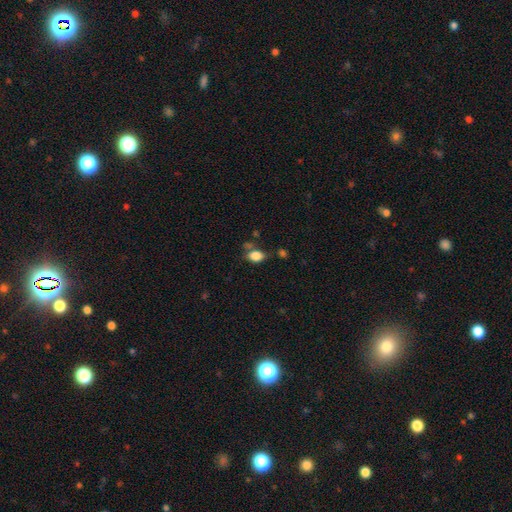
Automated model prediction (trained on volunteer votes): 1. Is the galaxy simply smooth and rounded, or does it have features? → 83% smooth, 10% star or artifact, 7% featured or disk.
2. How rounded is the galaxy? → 78% in between, 20% round, 2% cigar-shaped.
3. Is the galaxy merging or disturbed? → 59% none, 21% minor disturbance, 13% merger, 7% major disturbance.